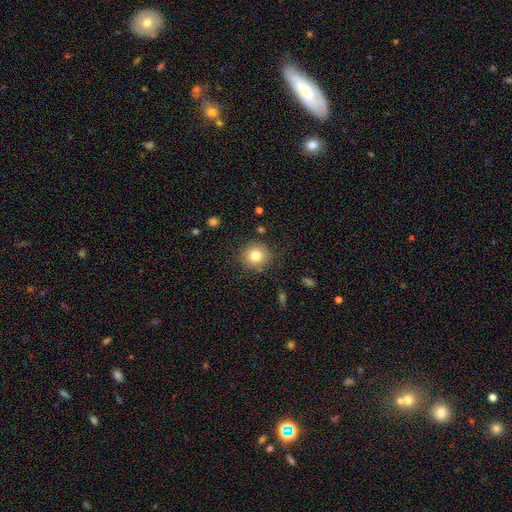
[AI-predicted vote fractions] Overall: smooth (80%). How rounded: round (92%). Merging: none (87%).